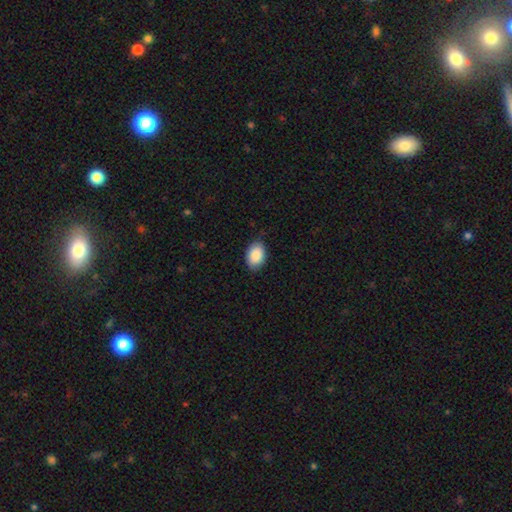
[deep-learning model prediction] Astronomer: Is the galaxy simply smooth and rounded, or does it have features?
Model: smooth — 89%.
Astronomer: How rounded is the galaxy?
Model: in between — 88%.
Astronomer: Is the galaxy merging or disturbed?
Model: none — 83%.